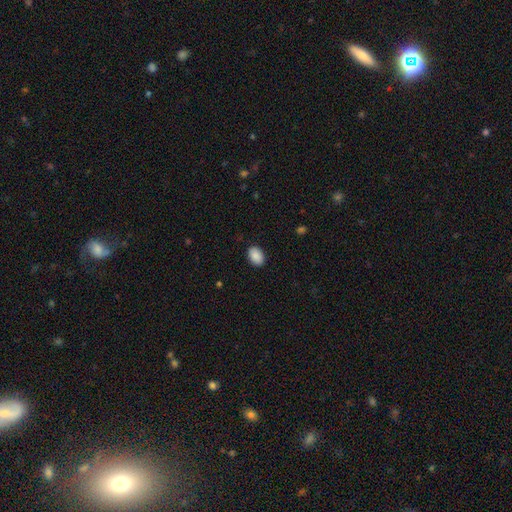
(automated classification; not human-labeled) Smooth or featured?
  - smooth: 90% *
  - star or artifact: 7%
  - featured or disk: 4%
How rounded?
  - in between: 84% *
  - round: 15%
  - cigar-shaped: 1%
Merging?
  - none: 89% *
  - minor disturbance: 8%
  - major disturbance: 2%
  - merger: 1%